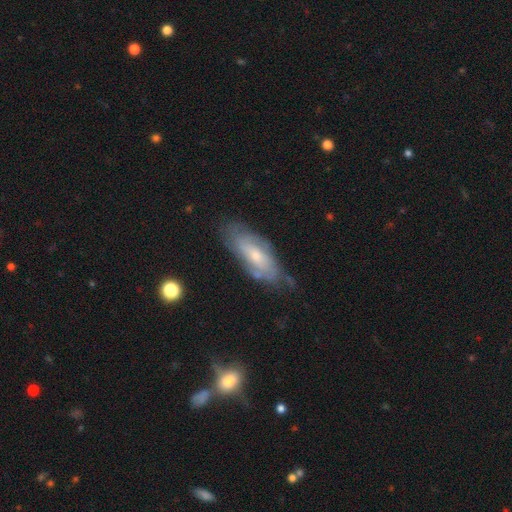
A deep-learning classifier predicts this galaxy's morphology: The model was most divided on "smooth or featured": featured or disk: 60%, smooth: 33%, star or artifact: 7%. More confident: edge-on disk — no (81%); merging — none (65%).